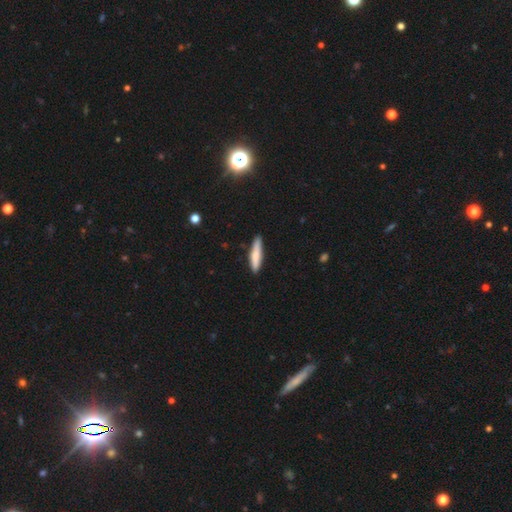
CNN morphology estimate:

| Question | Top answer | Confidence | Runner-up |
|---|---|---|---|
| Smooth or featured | smooth | 75% | featured or disk (19%) |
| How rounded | cigar-shaped | 86% | in between (12%) |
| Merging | none | 86% | minor disturbance (11%) |